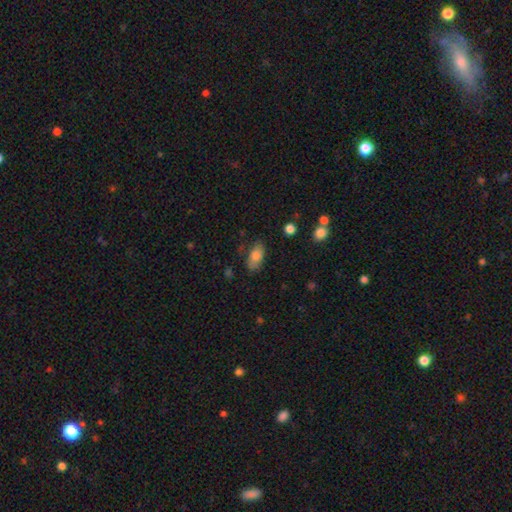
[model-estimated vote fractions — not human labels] Q: Smooth or featured?
A: smooth (80%); runner-up: featured or disk (12%)
Q: How rounded?
A: in between (89%); runner-up: cigar-shaped (6%)
Q: Merging?
A: none (75%); runner-up: minor disturbance (18%)